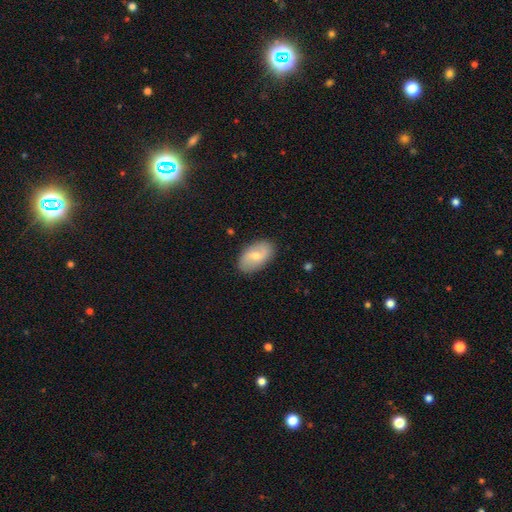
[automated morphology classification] Smooth or featured? smooth (54%)
How rounded? in between (92%)
Merging? none (85%)